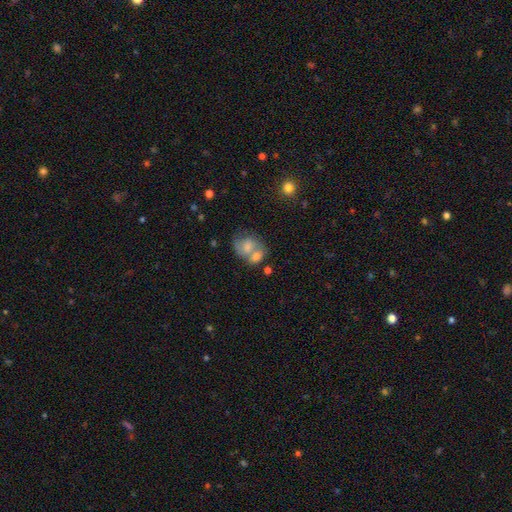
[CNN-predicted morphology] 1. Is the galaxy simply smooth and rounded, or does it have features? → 60% smooth, 30% featured or disk, 9% star or artifact.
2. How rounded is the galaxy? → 54% in between, 44% round, 1% cigar-shaped.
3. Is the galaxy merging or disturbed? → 60% merger, 24% none, 10% minor disturbance, 6% major disturbance.